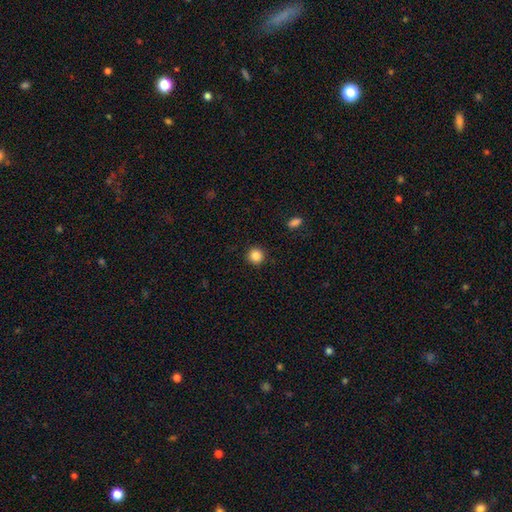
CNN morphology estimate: smooth_or_featured: smooth (p=0.86) [alt: star or artifact p=0.10]
how_rounded: round (p=0.94) [alt: in between p=0.05]
merging: none (p=0.92) [alt: minor disturbance p=0.05]